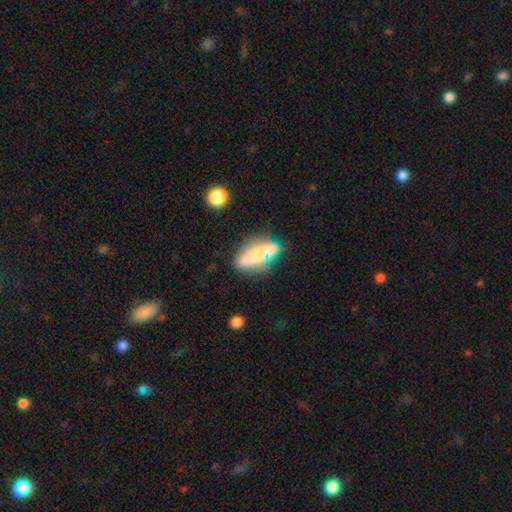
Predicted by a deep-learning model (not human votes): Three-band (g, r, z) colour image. It shows a smooth galaxy with no disk features (55%) that is cigar-shaped (57%). Merging: none (59%).